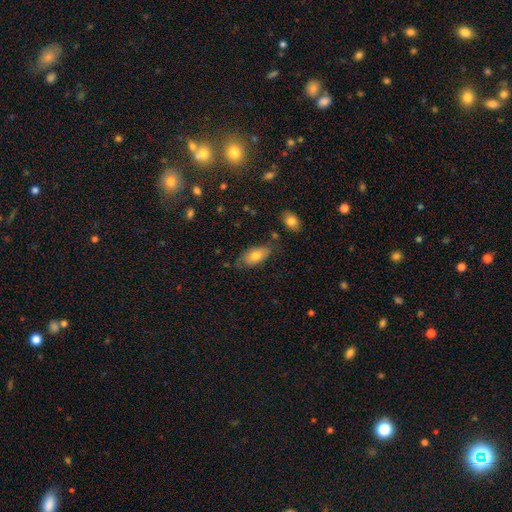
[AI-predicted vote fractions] Morphology: type=smooth (73%); roundness=in between (92%); merging=none (65%).